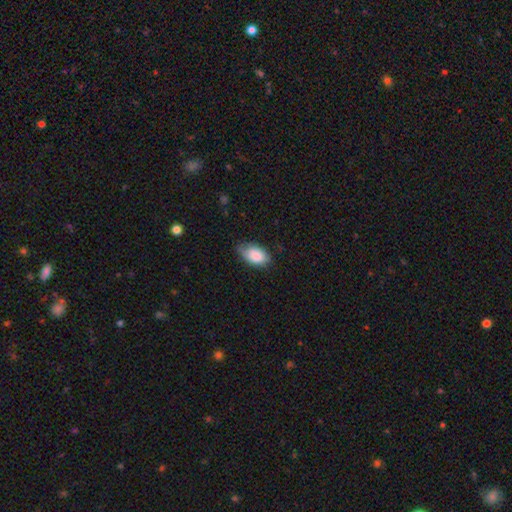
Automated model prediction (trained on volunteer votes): Smooth or featured?
  - smooth: 82% *
  - featured or disk: 11%
  - star or artifact: 7%
How rounded?
  - in between: 92% *
  - round: 6%
  - cigar-shaped: 2%
Merging?
  - none: 59% *
  - minor disturbance: 33%
  - major disturbance: 7%
  - merger: 1%